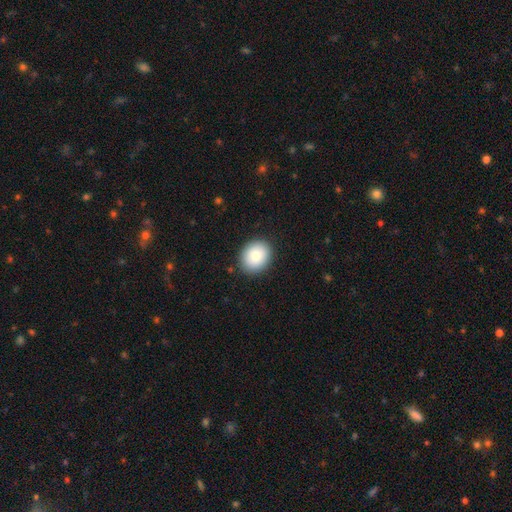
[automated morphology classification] smooth-or-featured: smooth: 82% | featured or disk: 10% | star or artifact: 8%
  how-rounded: round: 66% | in between: 33% | cigar-shaped: 1%
  merging: none: 89% | minor disturbance: 8% | major disturbance: 2% | merger: 1%